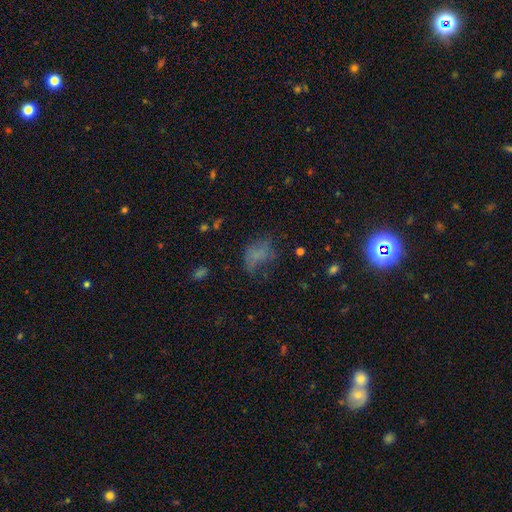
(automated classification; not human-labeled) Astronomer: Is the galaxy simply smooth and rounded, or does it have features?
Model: smooth — 60%.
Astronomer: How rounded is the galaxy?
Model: in between — 73%.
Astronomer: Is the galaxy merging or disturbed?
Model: none — 39% (runner-up: major disturbance, 33%).